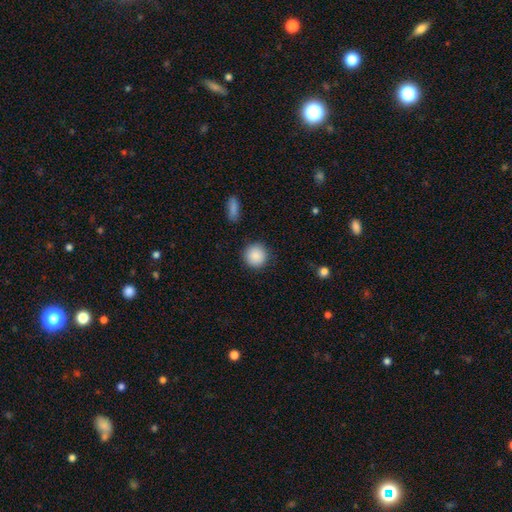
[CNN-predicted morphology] A smooth galaxy with no disk features (89%) that is round (94%).

Vote fractions:
- Smooth or featured? smooth: 89% / star or artifact: 7% / featured or disk: 4%
- How rounded? round: 94% / in between: 5% / cigar-shaped: 1%
- Merging? none: 90% / minor disturbance: 7% / major disturbance: 2% / merger: 2%